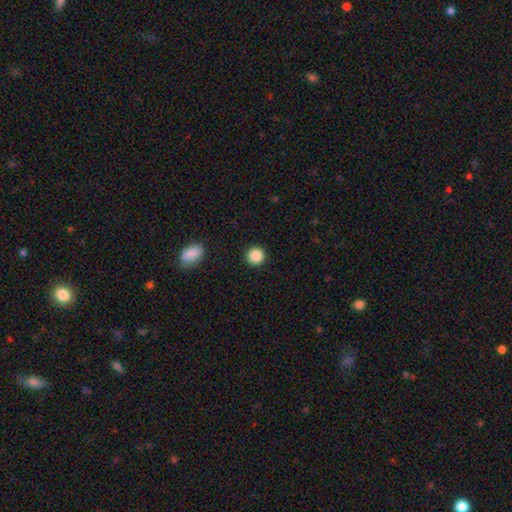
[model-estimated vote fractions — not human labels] Smooth or featured?
  - smooth: 88% *
  - star or artifact: 9%
  - featured or disk: 3%
How rounded?
  - round: 95% *
  - in between: 4%
  - cigar-shaped: 1%
Merging?
  - none: 92% *
  - minor disturbance: 5%
  - major disturbance: 2%
  - merger: 1%